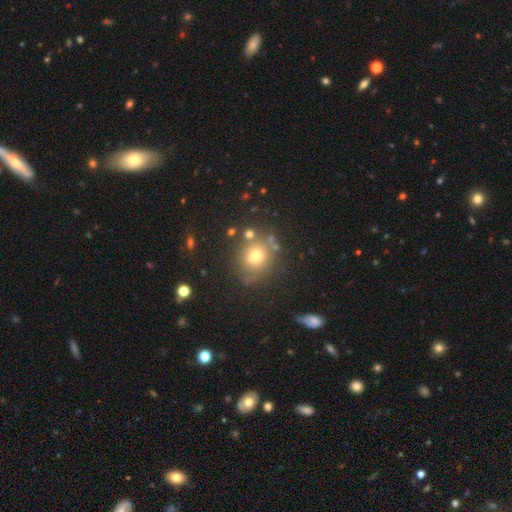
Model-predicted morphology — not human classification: smooth 68%, star or artifact 17%, featured or disk 15%. Down the decision tree: how rounded — round (76%); merging — none (70%).